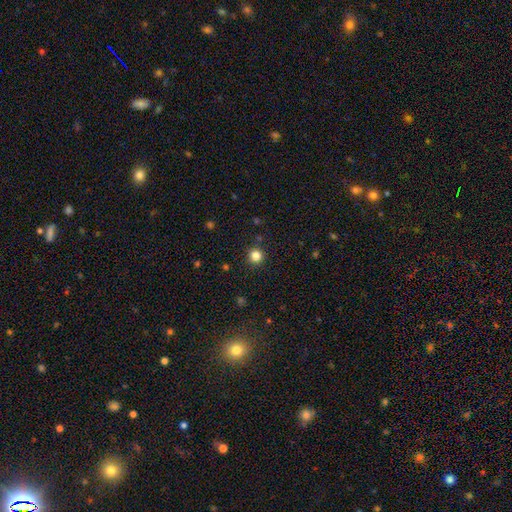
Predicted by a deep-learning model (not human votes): This appears to be a smooth galaxy with no disk features (82%) that is round (94%). Merging: none (91%).